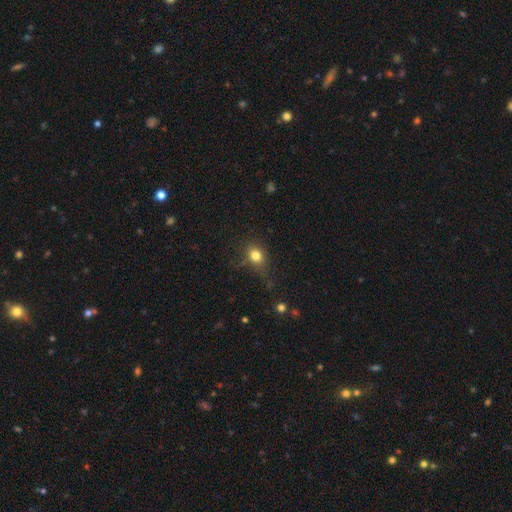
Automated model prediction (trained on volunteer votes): This appears to be a smooth galaxy with no disk features (79%) that is round (53%). Merging: none (65%).